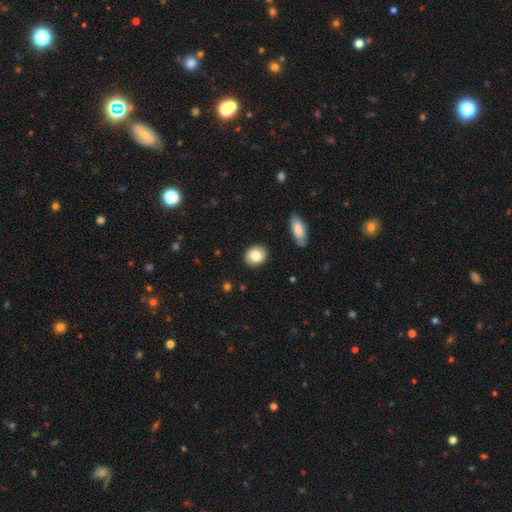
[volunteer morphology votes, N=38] Smooth or featured?
  - smooth: 74% *
  - featured or disk: 16%
  - star or artifact: 11%
How rounded?
  - round: 68% *
  - in between: 29%
  - cigar-shaped: 4%
Merging?
  - none: 94% *
  - minor disturbance: 6%
  - major disturbance: 0%
  - merger: 0%